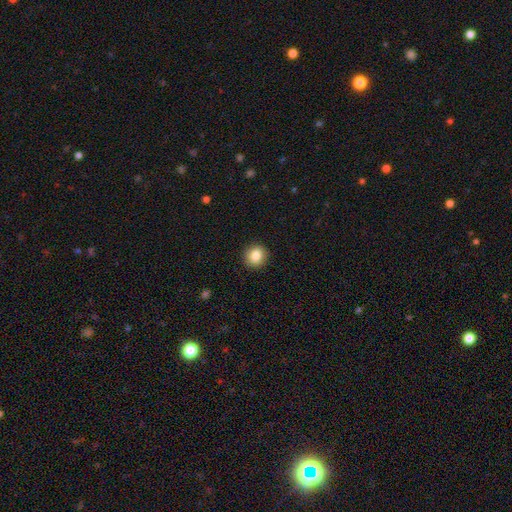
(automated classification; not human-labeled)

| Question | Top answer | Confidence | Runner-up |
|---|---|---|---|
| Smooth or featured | smooth | 85% | star or artifact (9%) |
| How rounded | round | 87% | in between (12%) |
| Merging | none | 91% | minor disturbance (6%) |